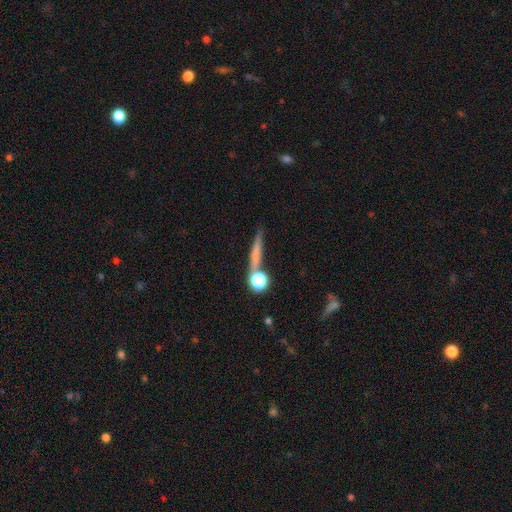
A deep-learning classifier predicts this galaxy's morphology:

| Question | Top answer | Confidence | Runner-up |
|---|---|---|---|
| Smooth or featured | smooth | 54% | featured or disk (33%) |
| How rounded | cigar-shaped | 76% | round (16%) |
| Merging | none | 73% | minor disturbance (11%) |